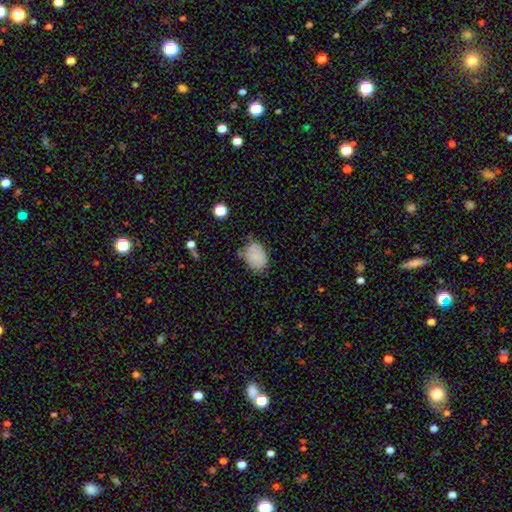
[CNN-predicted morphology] The model was most divided on "merging": none: 62%, minor disturbance: 29%, major disturbance: 6%, merger: 3%. More confident: smooth or featured — smooth (82%); how rounded — in between (79%).